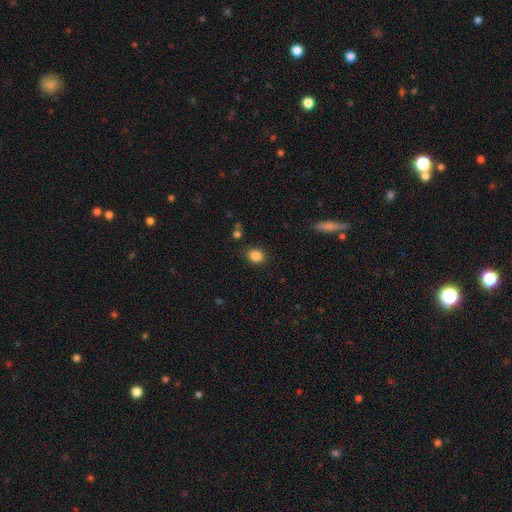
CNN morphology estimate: This is clearly a smooth galaxy (85%). How rounded: possibly round (51%). Merging: clearly none (84%).